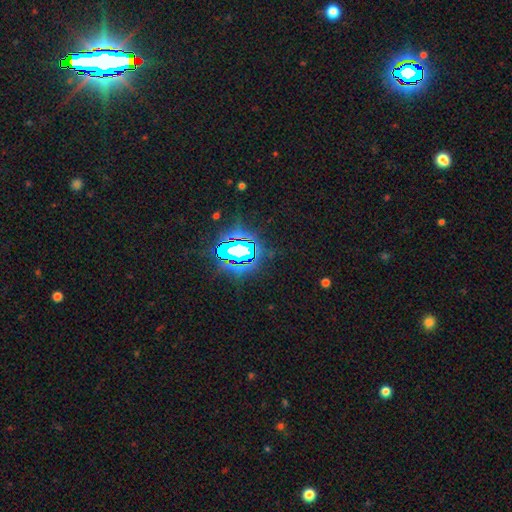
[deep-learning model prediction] This is clearly a star or artifact rather than a galaxy (84%).